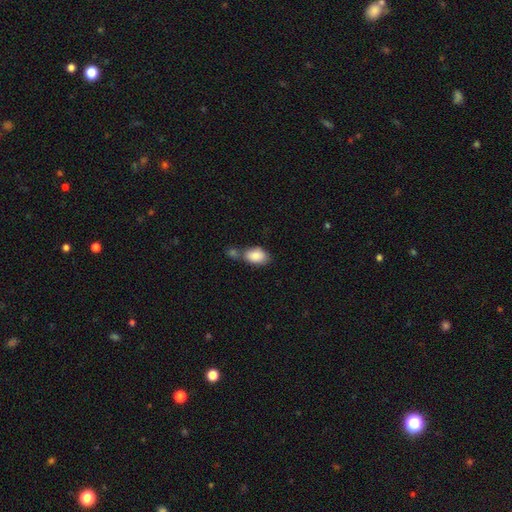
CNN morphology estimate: smooth 85%, featured or disk 8%, star or artifact 7%. Down the decision tree: how rounded — in between (90%); merging — none (47%).